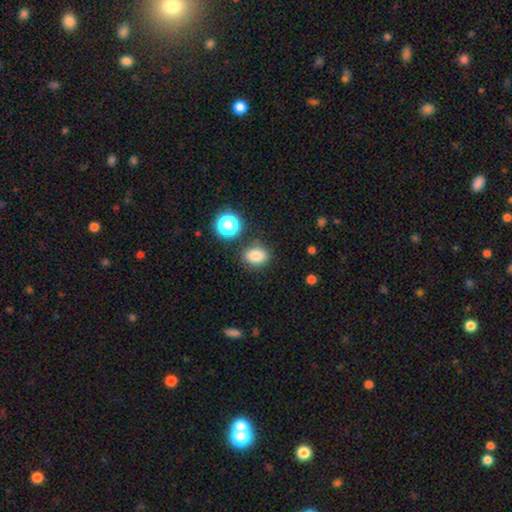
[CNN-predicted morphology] A smooth galaxy with no disk features (83%) that is in between round and cigar-shaped (66%). Merging: none (80%).